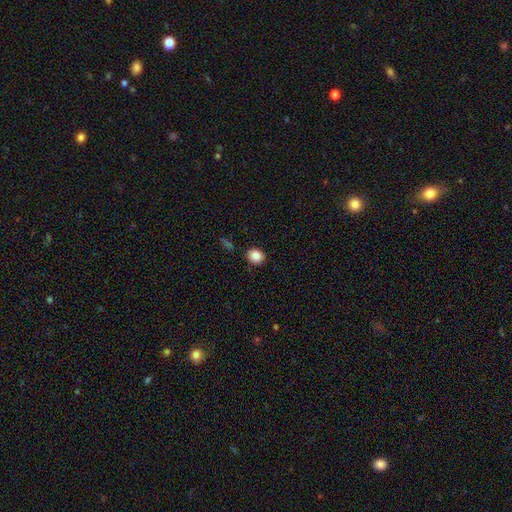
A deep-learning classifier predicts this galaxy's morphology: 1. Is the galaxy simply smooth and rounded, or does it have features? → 86% smooth, 9% star or artifact, 4% featured or disk.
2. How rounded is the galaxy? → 69% round, 30% in between, 1% cigar-shaped.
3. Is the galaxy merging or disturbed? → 88% none, 7% minor disturbance, 2% merger, 2% major disturbance.